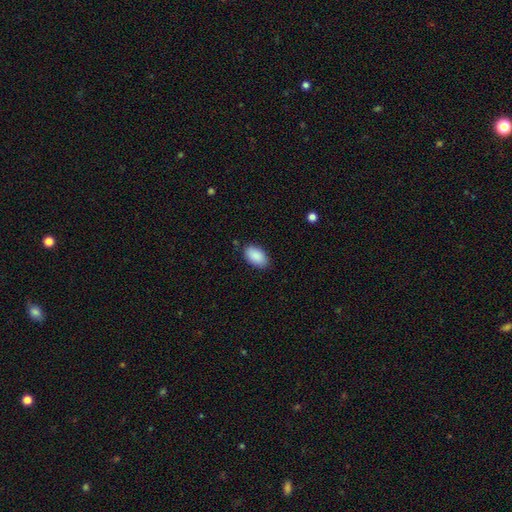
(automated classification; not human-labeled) smooth-or-featured: smooth: 90% | star or artifact: 7% | featured or disk: 3%
  how-rounded: in between: 94% | round: 5% | cigar-shaped: 1%
  merging: none: 85% | minor disturbance: 11% | major disturbance: 2% | merger: 1%